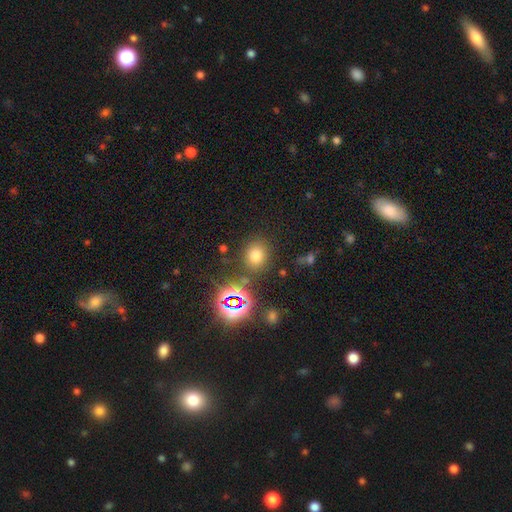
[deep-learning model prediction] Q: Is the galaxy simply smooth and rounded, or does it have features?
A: smooth — 70%.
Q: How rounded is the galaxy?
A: round — 68%.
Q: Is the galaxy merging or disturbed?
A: none — 81%.